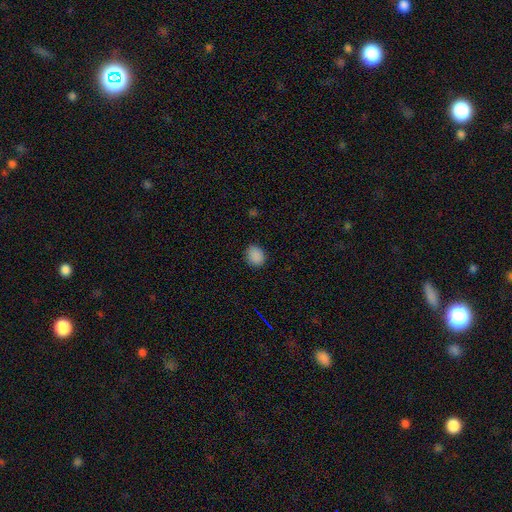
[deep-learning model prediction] A smooth galaxy with no disk features (87%) that is round (63%).

Vote fractions:
- Smooth or featured? smooth: 87% / star or artifact: 10% / featured or disk: 3%
- How rounded? round: 63% / in between: 36% / cigar-shaped: 1%
- Merging? none: 87% / minor disturbance: 10% / major disturbance: 2% / merger: 1%